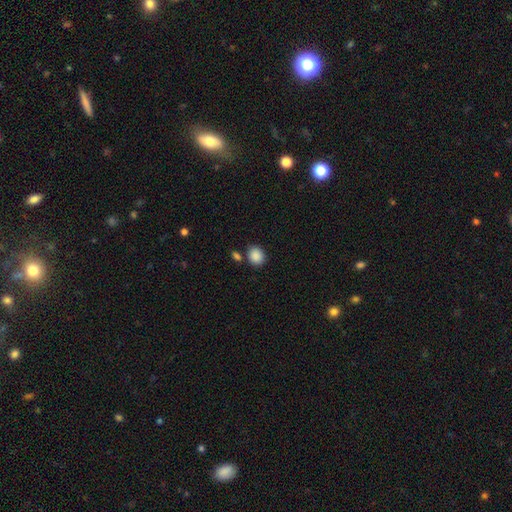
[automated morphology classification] type=smooth (88%); roundness=round (63%); merging=none (76%).